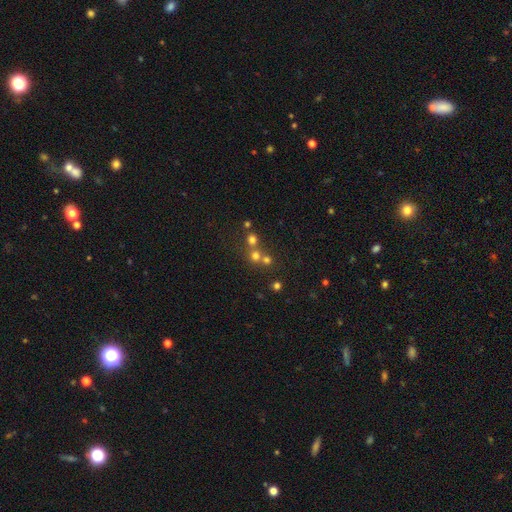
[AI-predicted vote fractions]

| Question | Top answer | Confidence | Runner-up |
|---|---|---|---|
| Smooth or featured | smooth | 63% | star or artifact (24%) |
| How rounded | round | 88% | in between (11%) |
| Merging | none | 48% | merger (44%) |